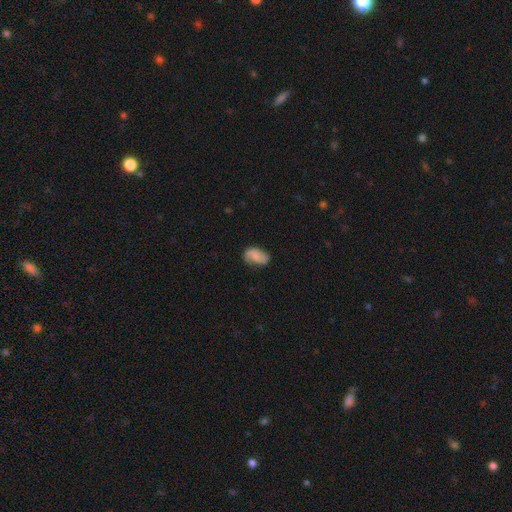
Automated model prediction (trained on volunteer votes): This appears to be a smooth galaxy with no disk features (49%). Merging: none (68%).